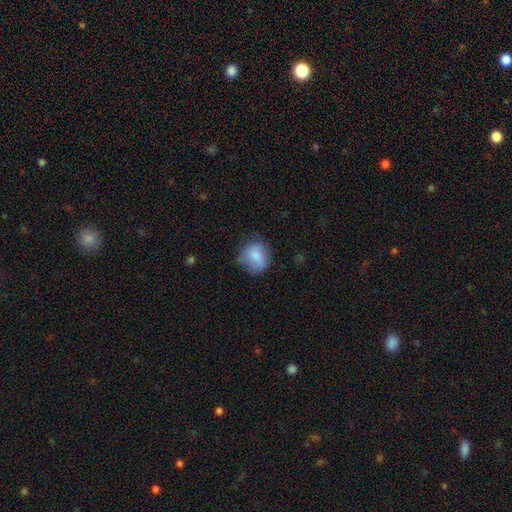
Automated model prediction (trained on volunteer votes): This appears to be a smooth galaxy with no disk features (80%) that is round (68%). Merging: none (60%).